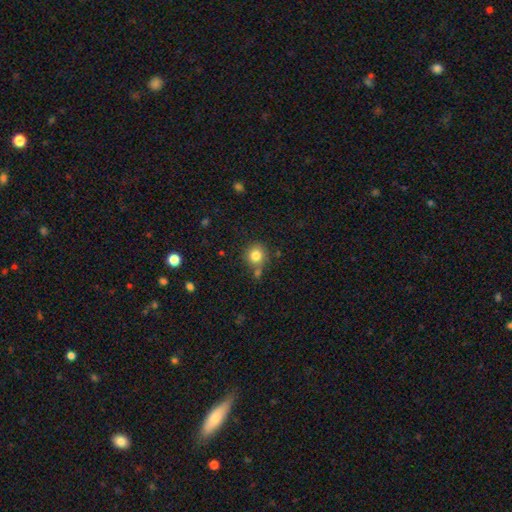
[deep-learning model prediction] smooth-or-featured: smooth: 81% | star or artifact: 11% | featured or disk: 8%
  how-rounded: round: 89% | in between: 10% | cigar-shaped: 1%
  merging: none: 69% | minor disturbance: 14% | merger: 13% | major disturbance: 4%